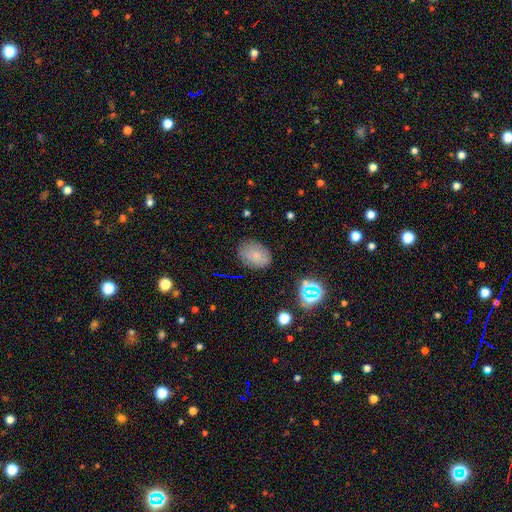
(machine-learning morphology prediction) Overall: smooth (71%). How rounded: in between (76%). Merging: none (78%).